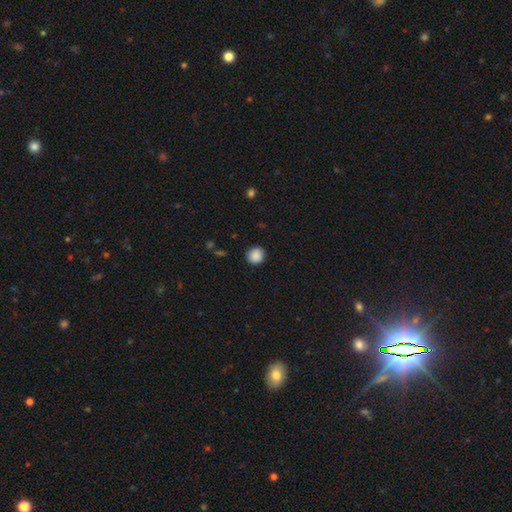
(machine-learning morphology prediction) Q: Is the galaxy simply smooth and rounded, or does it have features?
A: smooth — 89%.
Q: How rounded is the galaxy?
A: round — 87%.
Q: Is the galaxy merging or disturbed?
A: none — 89%.